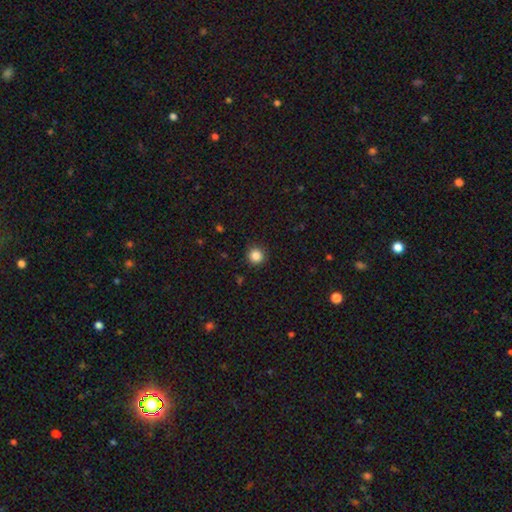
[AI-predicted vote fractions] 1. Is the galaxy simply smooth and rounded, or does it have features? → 85% smooth, 11% star or artifact, 3% featured or disk.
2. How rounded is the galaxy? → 95% round, 4% in between, 1% cigar-shaped.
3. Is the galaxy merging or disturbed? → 91% none, 6% minor disturbance, 2% major disturbance, 1% merger.